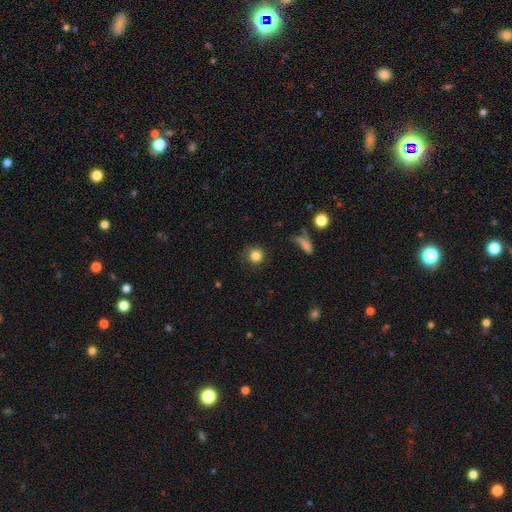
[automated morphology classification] This appears to be a smooth galaxy with no disk features (83%) that is round (92%). Merging: none (78%).